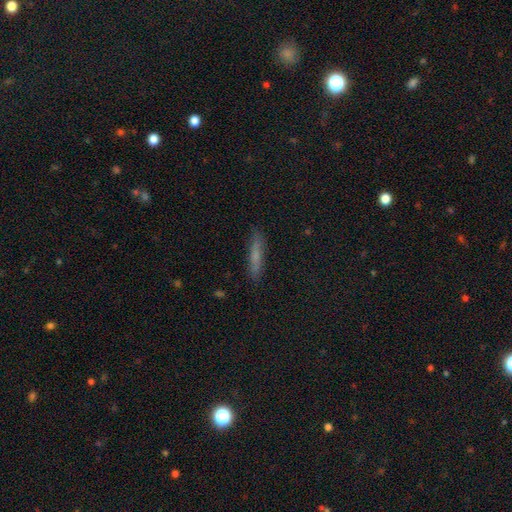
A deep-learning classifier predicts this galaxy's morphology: Smooth or featured?
  - smooth: 62% *
  - featured or disk: 27%
  - star or artifact: 11%
How rounded?
  - cigar-shaped: 89% *
  - in between: 9%
  - round: 2%
Merging?
  - none: 86% *
  - minor disturbance: 11%
  - major disturbance: 2%
  - merger: 1%